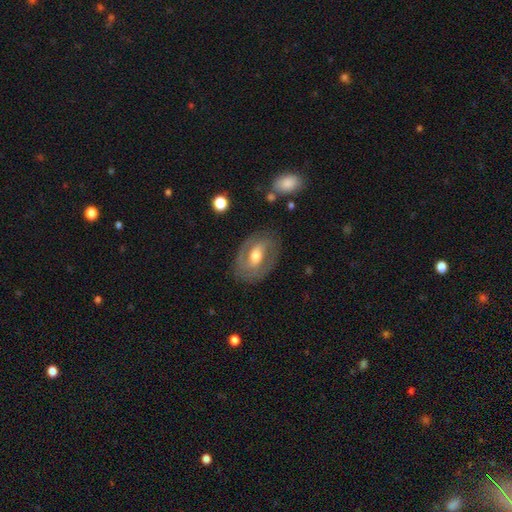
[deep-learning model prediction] This appears to be a featured or disk galaxy (73%) with a weak bar (44%), 2 (80%) medium (46%) spiral arms (80%) and a moderate central bulge (69%). Merging: none (78%).